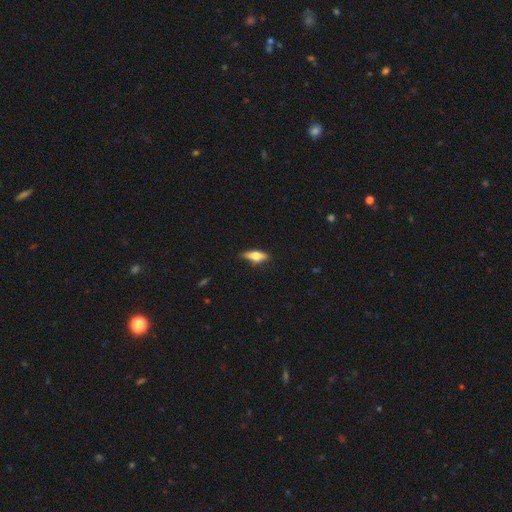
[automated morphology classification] Q: Smooth or featured?
A: smooth (54%); runner-up: featured or disk (39%)
Q: How rounded?
A: in between (54%); runner-up: cigar-shaped (43%)
Q: Merging?
A: none (80%); runner-up: minor disturbance (16%)